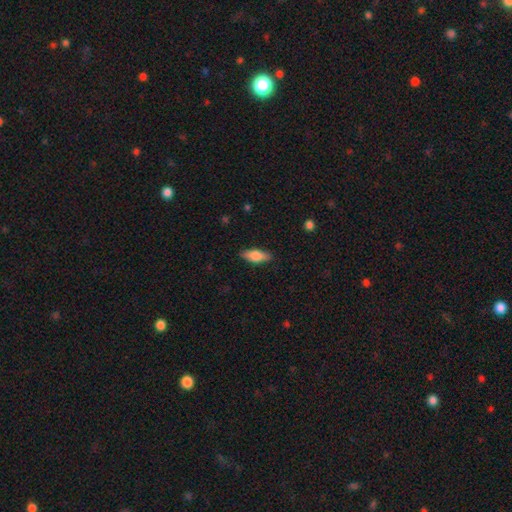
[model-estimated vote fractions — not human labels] This is likely a smooth galaxy (72%). How rounded: likely in between (72%). Merging: clearly none (87%).